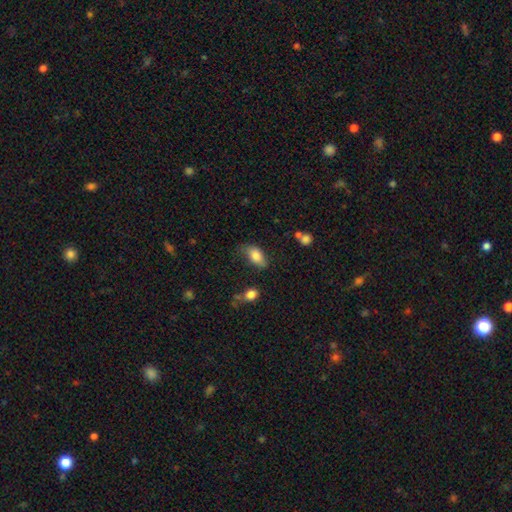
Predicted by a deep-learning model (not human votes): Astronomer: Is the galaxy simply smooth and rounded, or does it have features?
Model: smooth — 81%.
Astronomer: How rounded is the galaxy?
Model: in between — 90%.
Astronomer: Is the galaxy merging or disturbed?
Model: none — 57%.